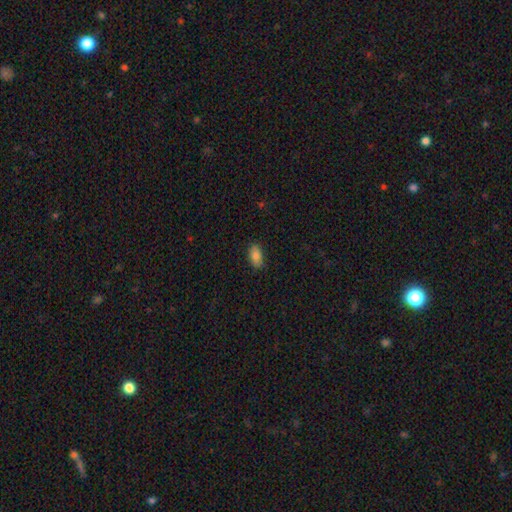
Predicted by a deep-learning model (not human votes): Smooth or featured?
  - smooth: 82% *
  - featured or disk: 10%
  - star or artifact: 8%
How rounded?
  - in between: 91% *
  - round: 5%
  - cigar-shaped: 4%
Merging?
  - none: 85% *
  - minor disturbance: 12%
  - major disturbance: 2%
  - merger: 1%